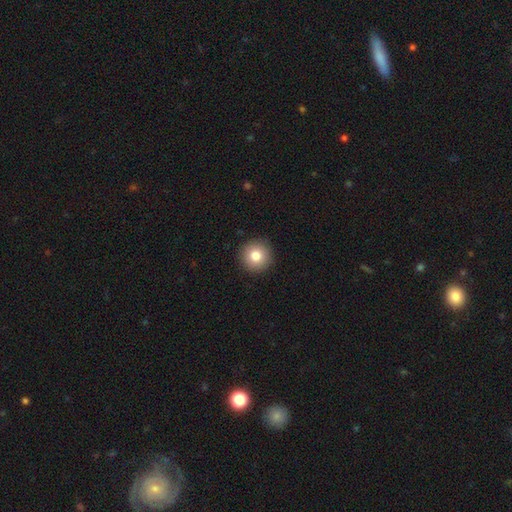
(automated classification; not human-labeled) Smooth or featured? Predicted: smooth (p=0.80). How rounded? Predicted: round (p=0.96). Merging? Predicted: none (p=0.93).